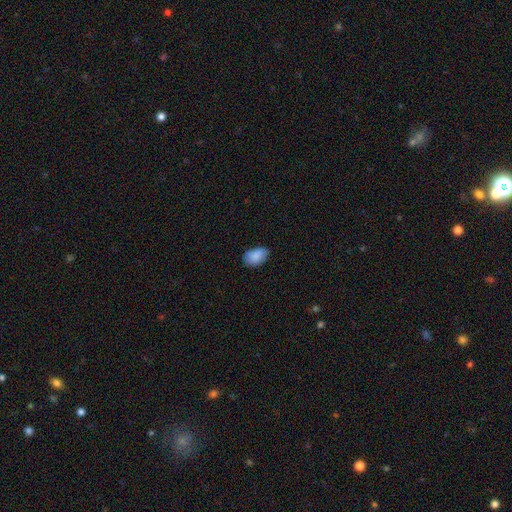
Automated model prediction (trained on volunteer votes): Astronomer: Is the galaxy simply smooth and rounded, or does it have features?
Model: smooth — 87%.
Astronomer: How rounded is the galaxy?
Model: in between — 88%.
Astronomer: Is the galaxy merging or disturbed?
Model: none — 69%.